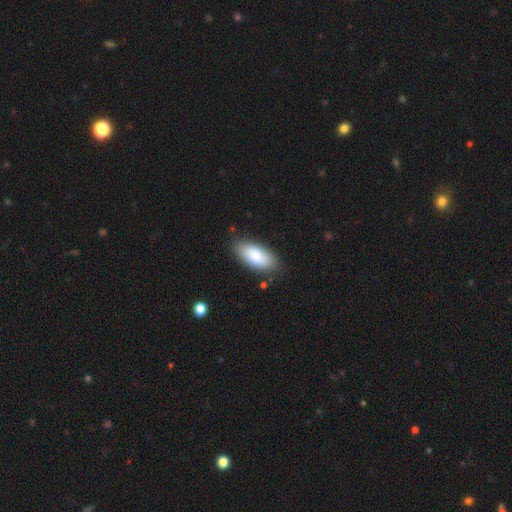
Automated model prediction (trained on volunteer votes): A smooth galaxy with no disk features (84%) that is in between round and cigar-shaped (88%). Merging: none (83%).